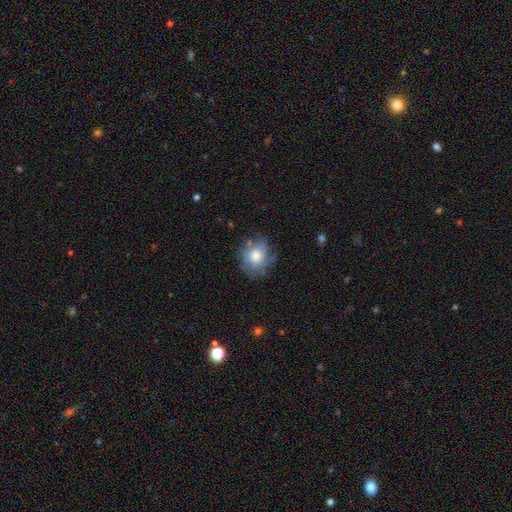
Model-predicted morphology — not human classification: This appears to be a smooth galaxy with no disk features (61%) that is round (79%). Merging: none (66%).